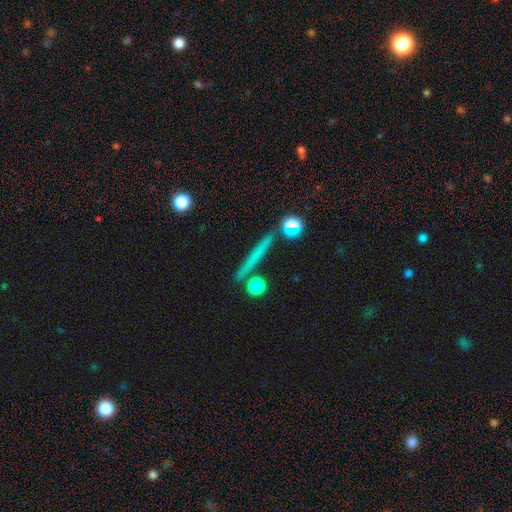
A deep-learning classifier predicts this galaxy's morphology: A smooth galaxy with no disk features (51%) that is cigar-shaped (86%).

Vote fractions:
- Smooth or featured? smooth: 51% / featured or disk: 38% / star or artifact: 10%
- How rounded? cigar-shaped: 86% / round: 9% / in between: 5%
- Merging? none: 84% / minor disturbance: 9% / merger: 5% / major disturbance: 3%